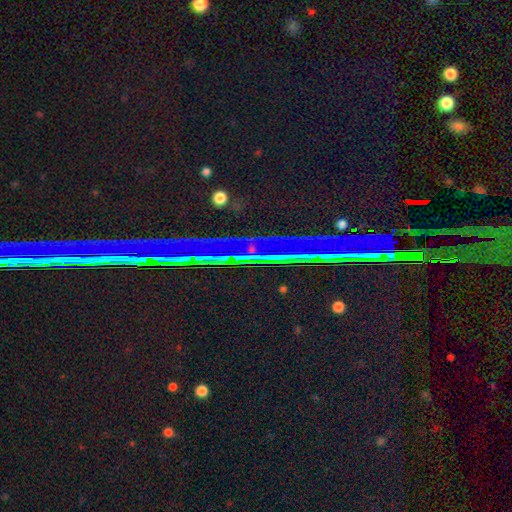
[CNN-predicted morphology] Smooth or featured: star or artifact — 86% (featured or disk — 7%)